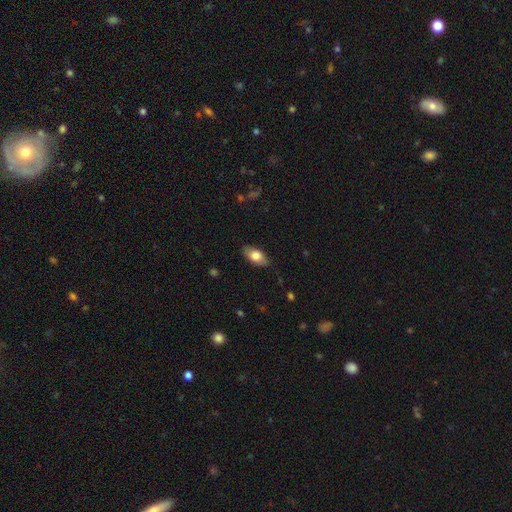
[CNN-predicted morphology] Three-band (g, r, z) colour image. It shows a smooth galaxy with no disk features (75%) that is in between round and cigar-shaped (90%). Merging: none (83%).